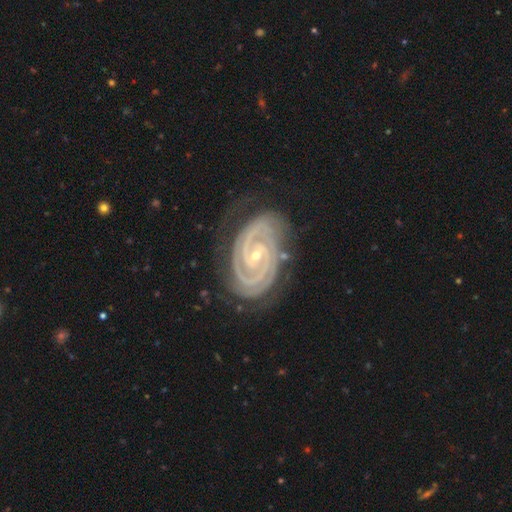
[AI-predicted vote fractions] Morphology: type=featured or disk (94%); edge-on=no (98%); bar=no (48%); spiral arms=yes (99%); winding=tight (86%); arm count=2 (65%); bulge=small (74%); merging=none (75%).